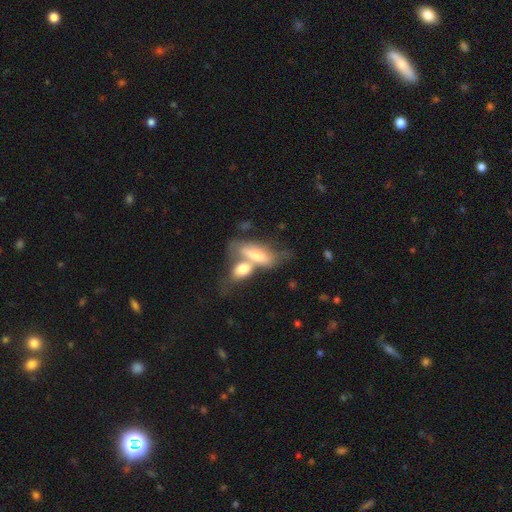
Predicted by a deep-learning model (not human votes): Smooth or featured? Predicted: smooth (p=0.60). How rounded? Predicted: in between (p=0.69). Merging? Predicted: merger (p=0.63).